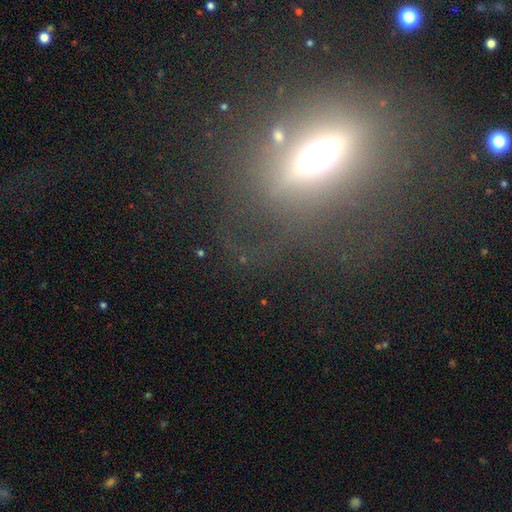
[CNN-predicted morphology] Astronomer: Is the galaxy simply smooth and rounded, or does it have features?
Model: featured or disk — 53% (runner-up: smooth, 29%).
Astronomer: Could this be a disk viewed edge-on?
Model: yes — 58% (runner-up: no, 42%).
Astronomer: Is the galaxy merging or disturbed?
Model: none — 66%.